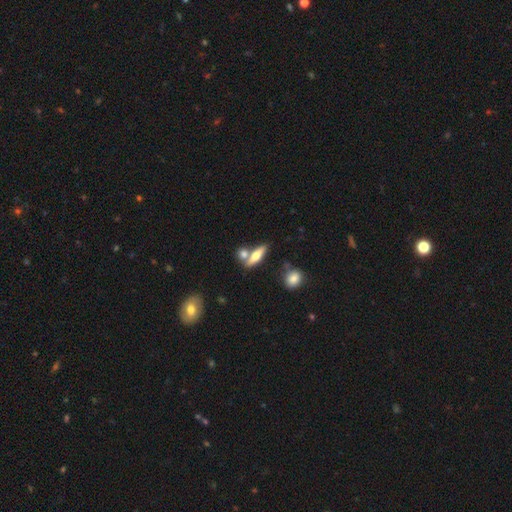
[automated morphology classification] Smooth or featured?
  - smooth: 56% *
  - featured or disk: 37%
  - star or artifact: 7%
How rounded?
  - cigar-shaped: 51% *
  - in between: 42%
  - round: 7%
Merging?
  - none: 56% *
  - merger: 30%
  - minor disturbance: 10%
  - major disturbance: 4%